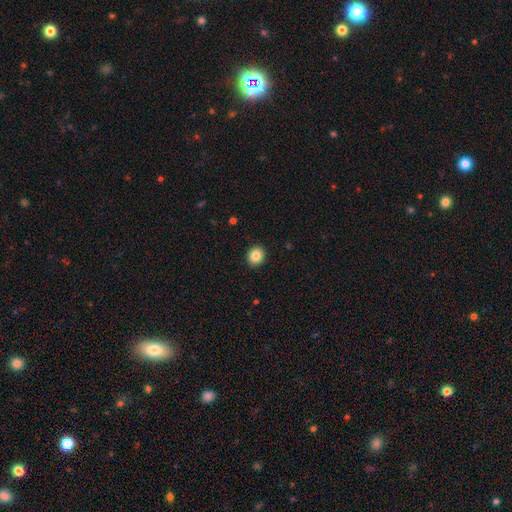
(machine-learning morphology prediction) smooth-or-featured: smooth: 85% | star or artifact: 9% | featured or disk: 6%
  how-rounded: round: 75% | in between: 24% | cigar-shaped: 1%
  merging: none: 92% | minor disturbance: 6% | major disturbance: 2% | merger: 1%